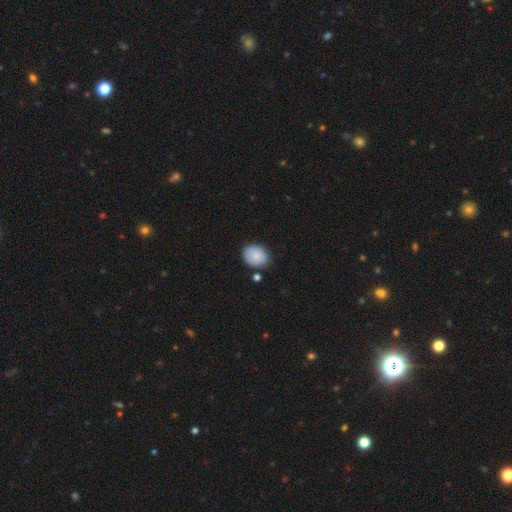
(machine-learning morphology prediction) Smooth or featured? smooth (83%)
How rounded? in between (55%)
Merging? none (76%)